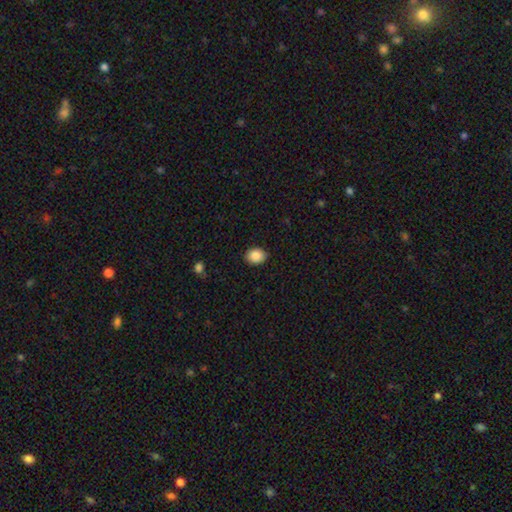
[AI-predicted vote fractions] Overall: smooth (88%). How rounded: in between (56%; round 43%). Merging: none (88%).